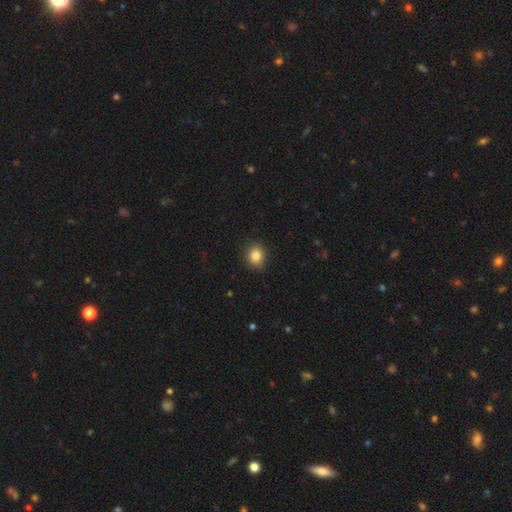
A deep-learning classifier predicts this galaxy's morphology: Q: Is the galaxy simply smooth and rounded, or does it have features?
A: smooth — 86%.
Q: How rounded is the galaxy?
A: round — 64%.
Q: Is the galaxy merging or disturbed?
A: none — 88%.